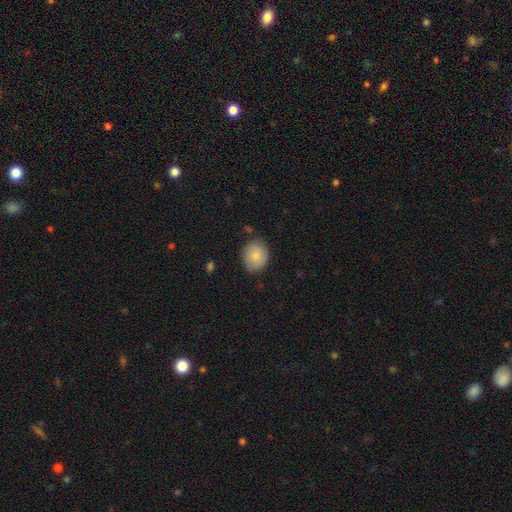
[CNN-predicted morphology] This appears to be a smooth galaxy with no disk features (84%) that is round (66%). Merging: none (79%).